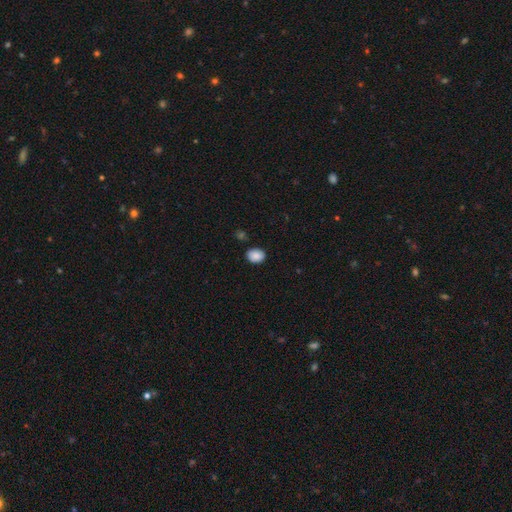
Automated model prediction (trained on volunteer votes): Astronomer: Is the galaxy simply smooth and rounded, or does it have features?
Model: smooth — 88%.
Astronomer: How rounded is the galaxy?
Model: in between — 59% (runner-up: round, 40%).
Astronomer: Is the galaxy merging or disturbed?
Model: none — 84%.